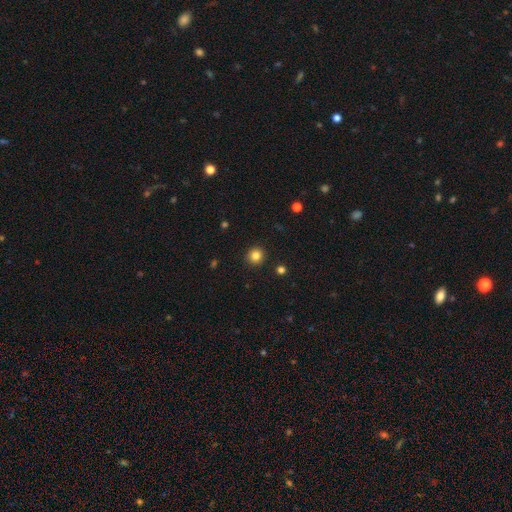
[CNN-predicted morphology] A smooth galaxy with no disk features (83%) that is round (93%).

Vote fractions:
- Smooth or featured? smooth: 83% / star or artifact: 12% / featured or disk: 5%
- How rounded? round: 93% / in between: 6% / cigar-shaped: 1%
- Merging? none: 92% / minor disturbance: 5% / major disturbance: 2% / merger: 1%